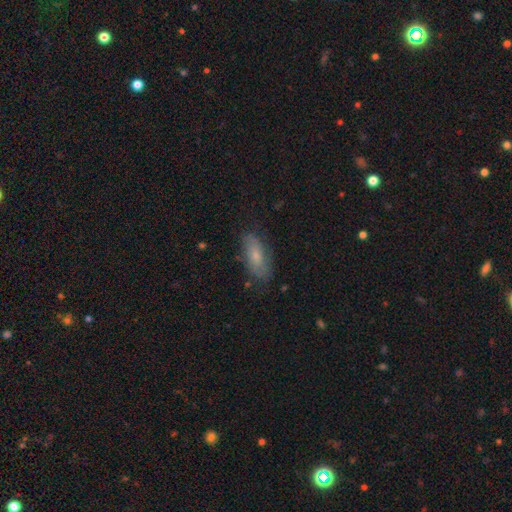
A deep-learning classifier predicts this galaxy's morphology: Overall: smooth (65%; featured or disk 27%). How rounded: in between (78%). Merging: none (73%).